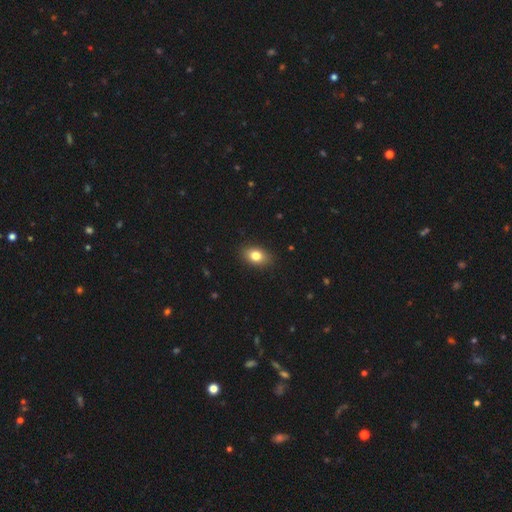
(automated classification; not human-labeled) Q: Smooth or featured?
A: smooth (81%); runner-up: featured or disk (10%)
Q: How rounded?
A: in between (81%); runner-up: round (17%)
Q: Merging?
A: none (88%); runner-up: minor disturbance (9%)